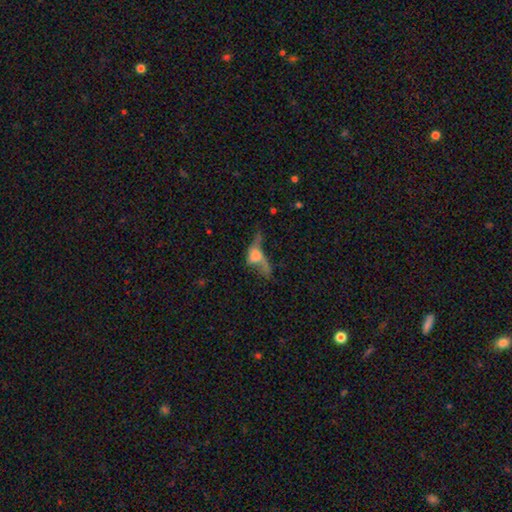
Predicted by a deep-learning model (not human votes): This is marginally a smooth galaxy (44%). Merging: marginally major disturbance (44%).